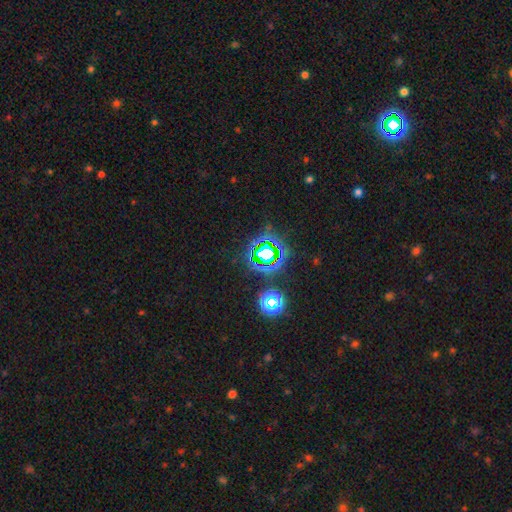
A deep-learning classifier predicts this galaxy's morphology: This appears to be a star or artifact, not a galaxy (77%).